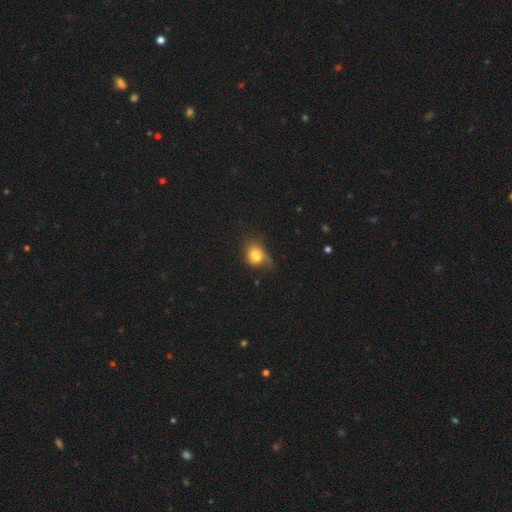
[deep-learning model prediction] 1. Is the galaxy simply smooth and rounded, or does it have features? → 78% smooth, 12% featured or disk, 10% star or artifact.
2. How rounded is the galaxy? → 52% in between, 47% round, 1% cigar-shaped.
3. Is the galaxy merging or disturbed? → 40% none, 36% minor disturbance, 21% major disturbance, 4% merger.